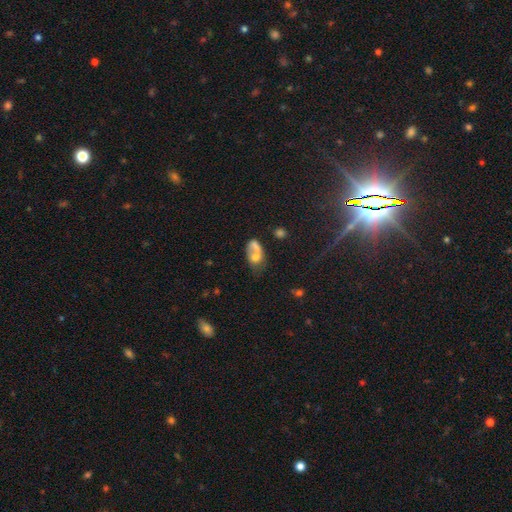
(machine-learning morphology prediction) Overall: smooth (61%; featured or disk 27%). How rounded: in between (77%). Merging: merger (48%; none 23%).